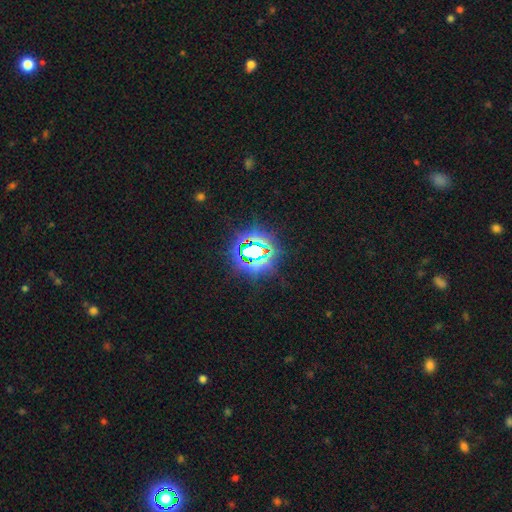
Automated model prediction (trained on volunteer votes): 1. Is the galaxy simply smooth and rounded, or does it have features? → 76% star or artifact, 14% smooth, 10% featured or disk.